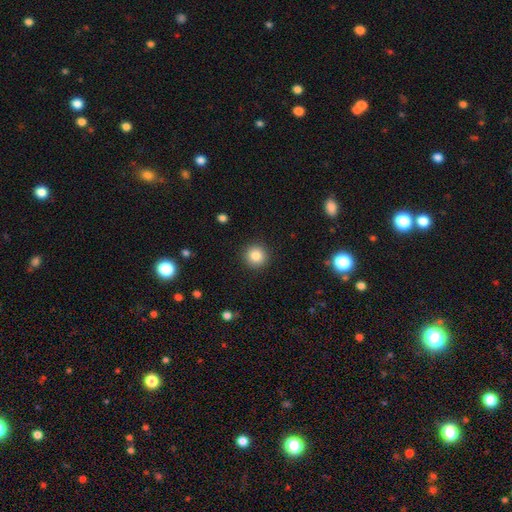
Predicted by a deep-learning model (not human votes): Smooth or featured?
  - smooth: 85% *
  - star or artifact: 10%
  - featured or disk: 5%
How rounded?
  - round: 95% *
  - in between: 4%
  - cigar-shaped: 1%
Merging?
  - none: 92% *
  - minor disturbance: 5%
  - major disturbance: 2%
  - merger: 1%